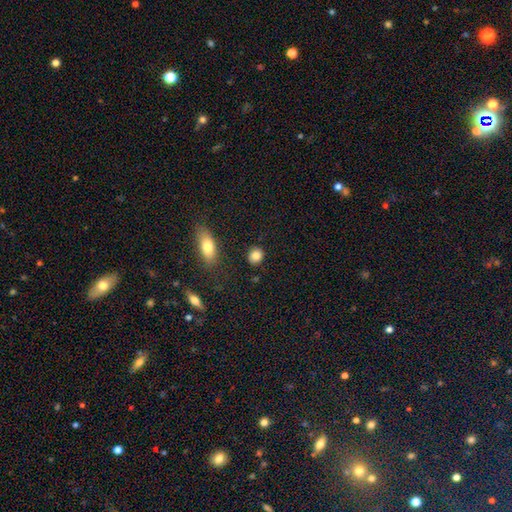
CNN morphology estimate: The model was most divided on "how rounded": round: 77%, in between: 22%, cigar-shaped: 2%. More confident: merging — none (87%); smooth or featured — smooth (85%).